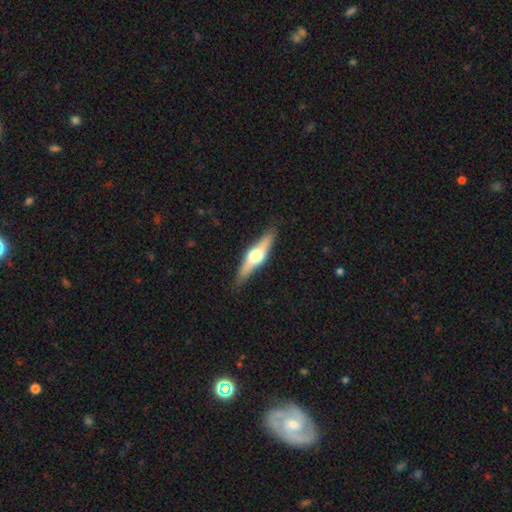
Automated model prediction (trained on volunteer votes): Morphology: type=featured or disk (67%); edge-on=yes (95%); edge-on bulge=rounded (95%); merging=none (88%).